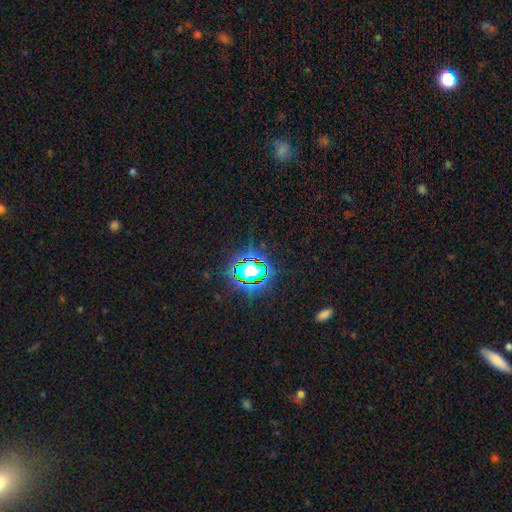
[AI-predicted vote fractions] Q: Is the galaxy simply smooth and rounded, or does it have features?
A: star or artifact — 81%.